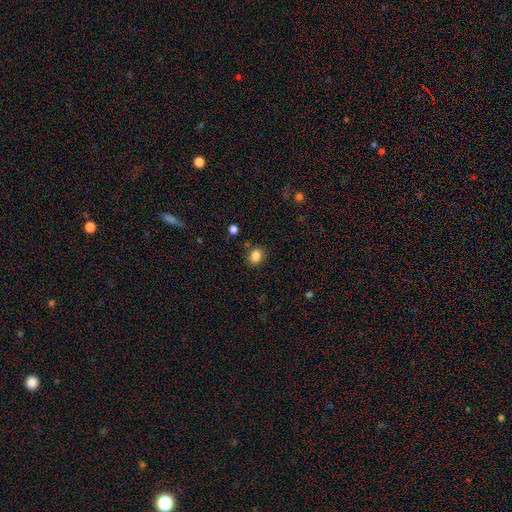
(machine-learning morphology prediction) smooth 85%, star or artifact 10%, featured or disk 5%. Down the decision tree: how rounded — in between (65%); merging — none (83%).